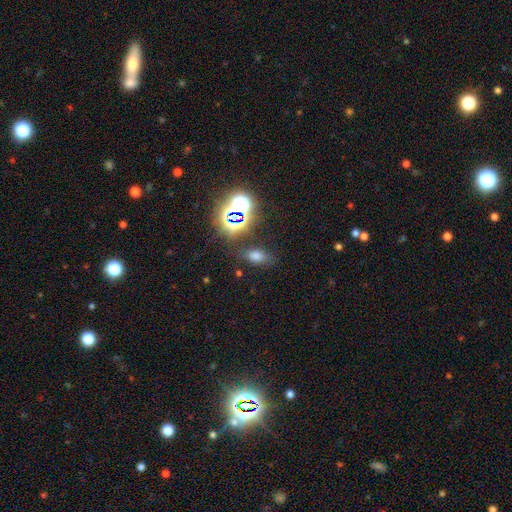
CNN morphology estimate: smooth-or-featured: smooth: 64% | star or artifact: 28% | featured or disk: 8%
  how-rounded: in between: 84% | round: 11% | cigar-shaped: 4%
  merging: none: 78% | minor disturbance: 13% | major disturbance: 5% | merger: 4%